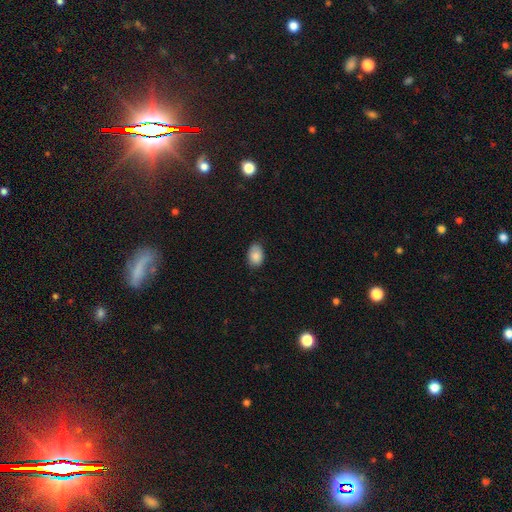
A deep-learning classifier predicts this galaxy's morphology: A smooth galaxy with no disk features (87%) that is in between round and cigar-shaped (87%). Merging: none (76%).